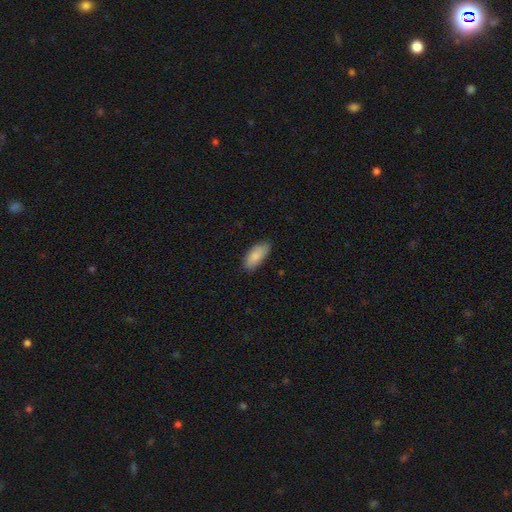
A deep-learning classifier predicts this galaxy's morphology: smooth_or_featured: smooth (p=0.87) [alt: featured or disk p=0.07]
how_rounded: in between (p=0.85) [alt: cigar-shaped p=0.13]
merging: none (p=0.82) [alt: minor disturbance p=0.15]